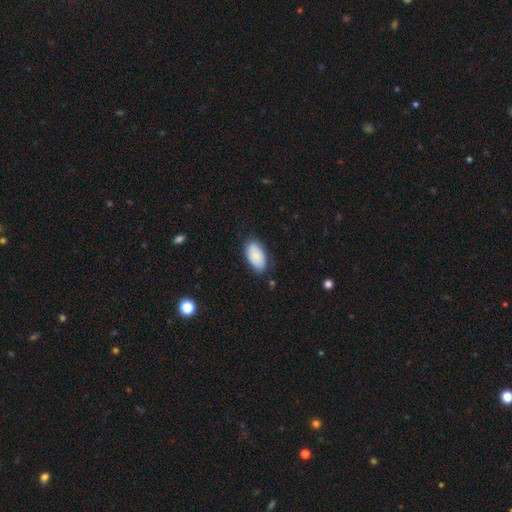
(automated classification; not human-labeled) Smooth or featured?
  - smooth: 81% *
  - featured or disk: 12%
  - star or artifact: 6%
How rounded?
  - in between: 95% *
  - round: 3%
  - cigar-shaped: 2%
Merging?
  - none: 75% *
  - minor disturbance: 20%
  - major disturbance: 4%
  - merger: 2%